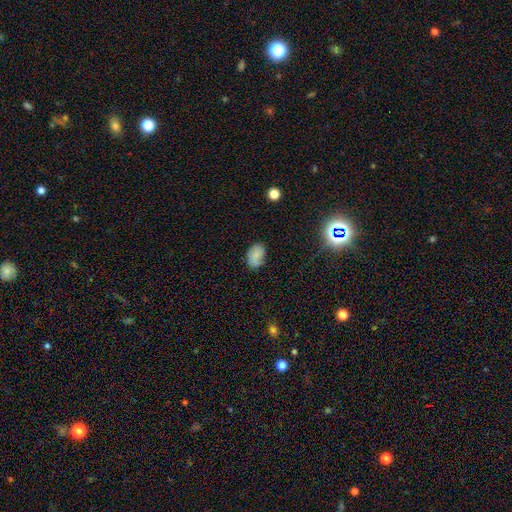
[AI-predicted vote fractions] Smooth or featured: smooth — 79% (star or artifact — 12%)
How rounded: in between — 86% (round — 13%)
Merging: none — 72% (minor disturbance — 21%)